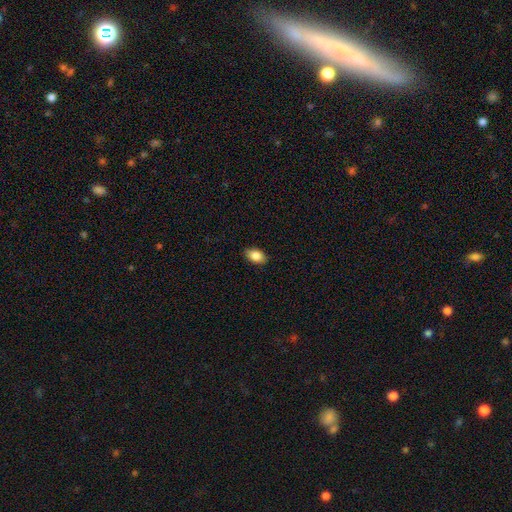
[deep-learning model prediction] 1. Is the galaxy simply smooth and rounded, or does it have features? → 86% smooth, 7% star or artifact, 6% featured or disk.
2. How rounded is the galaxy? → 90% in between, 8% round, 2% cigar-shaped.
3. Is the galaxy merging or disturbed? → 87% none, 10% minor disturbance, 2% major disturbance, 1% merger.